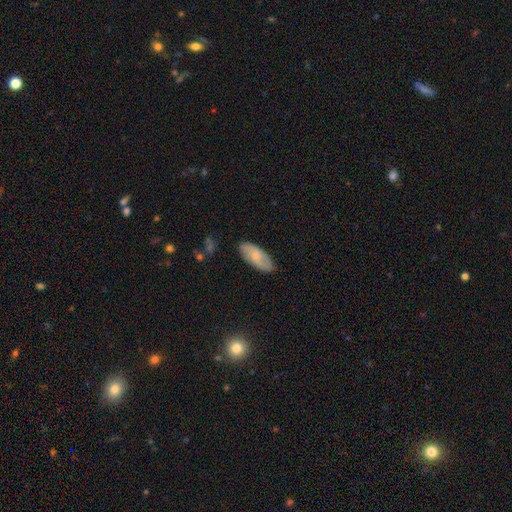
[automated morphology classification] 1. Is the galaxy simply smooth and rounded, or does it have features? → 62% smooth, 31% featured or disk, 7% star or artifact.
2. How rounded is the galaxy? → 86% in between, 12% cigar-shaped, 2% round.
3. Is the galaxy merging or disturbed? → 82% none, 14% minor disturbance, 3% major disturbance, 1% merger.